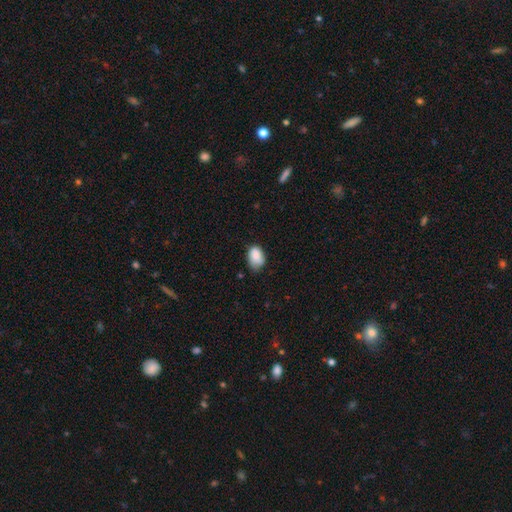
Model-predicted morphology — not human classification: Overall: smooth (85%). How rounded: in between (84%). Merging: none (56%; minor disturbance 35%).